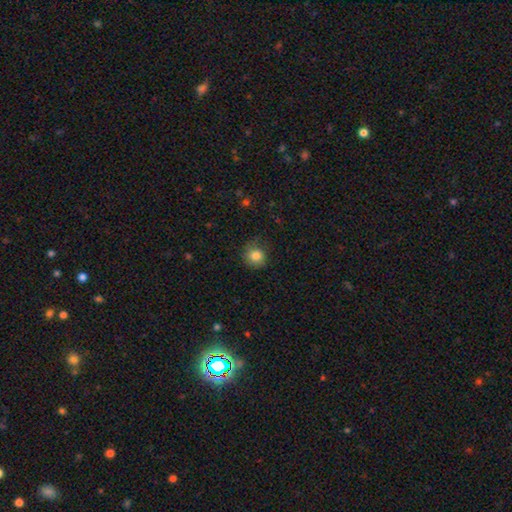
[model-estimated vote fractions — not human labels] This appears to be a smooth galaxy with no disk features (83%) that is round (85%). Merging: none (71%).